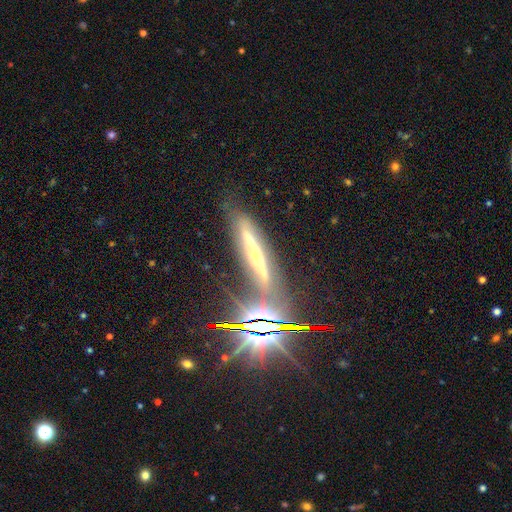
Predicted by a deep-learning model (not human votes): featured or disk 51%, star or artifact 28%, smooth 20%. Down the decision tree: edge-on disk — yes (75%); merging — none (67%).